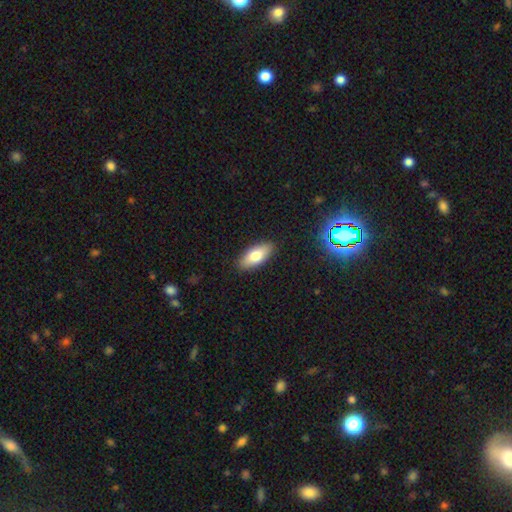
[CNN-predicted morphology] This is likely a smooth galaxy (75%). How rounded: clearly in between (82%). Merging: clearly none (89%).